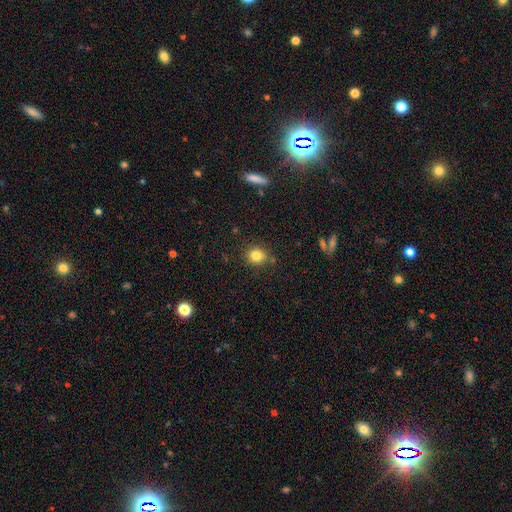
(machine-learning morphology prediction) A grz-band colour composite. It shows a smooth galaxy with no disk features (82%) that is round (76%). Merging: none (81%).